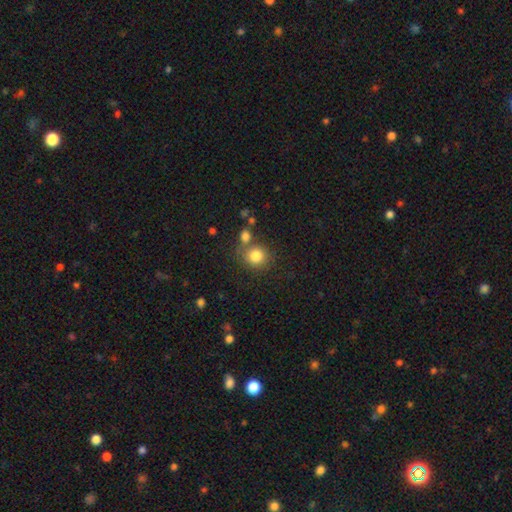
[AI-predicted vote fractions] Smooth or featured: smooth — 82% (star or artifact — 11%)
How rounded: round — 84% (in between — 15%)
Merging: none — 65% (merger — 19%)